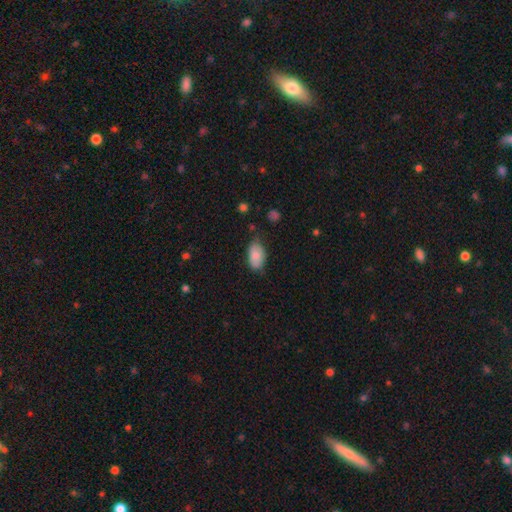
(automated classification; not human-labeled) Smooth or featured?
  - smooth: 84% *
  - featured or disk: 9%
  - star or artifact: 7%
How rounded?
  - in between: 93% *
  - round: 5%
  - cigar-shaped: 2%
Merging?
  - none: 66% *
  - minor disturbance: 27%
  - major disturbance: 5%
  - merger: 2%